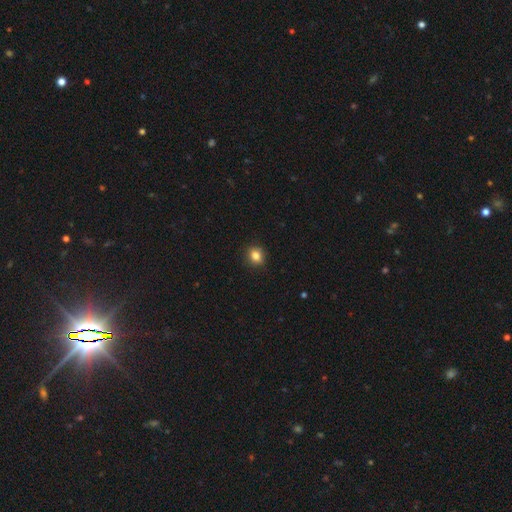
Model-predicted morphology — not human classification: smooth_or_featured: smooth (p=0.84) [alt: star or artifact p=0.11]
how_rounded: round (p=0.71) [alt: in between p=0.28]
merging: none (p=0.90) [alt: minor disturbance p=0.08]